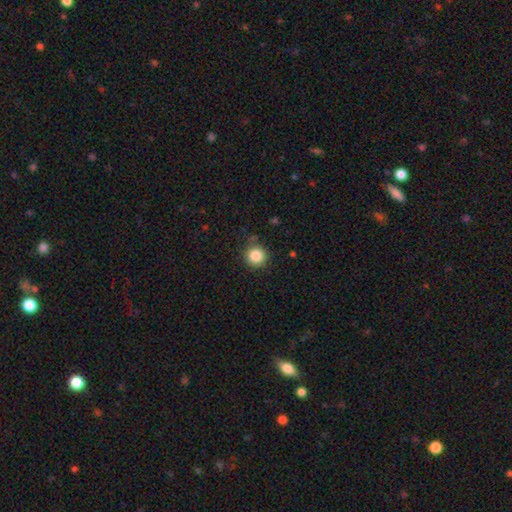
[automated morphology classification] This appears to be a smooth galaxy with no disk features (86%) that is round (94%). Merging: none (87%).